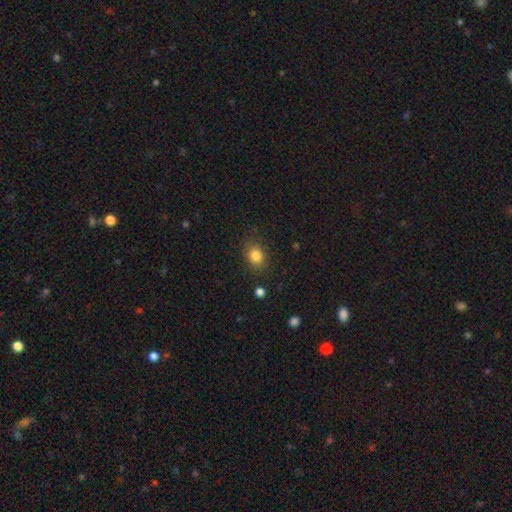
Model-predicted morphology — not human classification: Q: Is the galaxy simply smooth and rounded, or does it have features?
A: smooth — 83%.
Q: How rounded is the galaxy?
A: round — 51%.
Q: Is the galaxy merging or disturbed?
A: none — 83%.